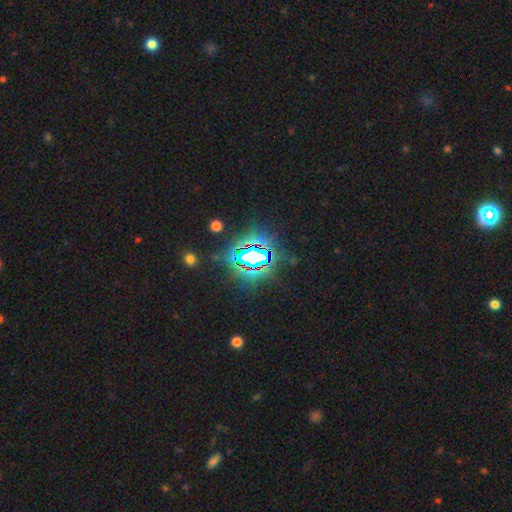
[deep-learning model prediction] Morphology: type=star or artifact (83%).